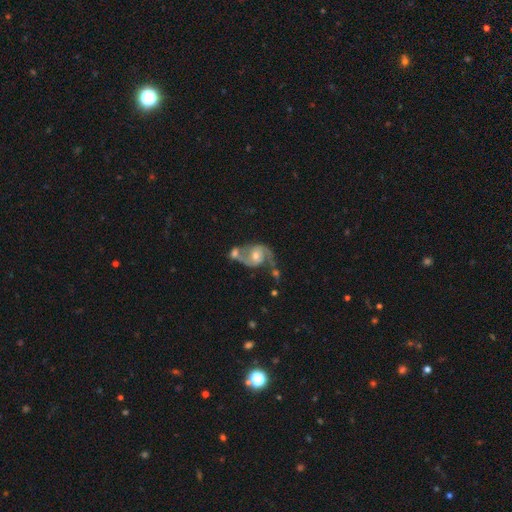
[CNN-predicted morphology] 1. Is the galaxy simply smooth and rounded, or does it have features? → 85% featured or disk, 9% smooth, 6% star or artifact.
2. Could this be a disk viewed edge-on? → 98% no, 2% yes.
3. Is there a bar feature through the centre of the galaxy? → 59% no, 33% weak, 8% strong.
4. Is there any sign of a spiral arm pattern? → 95% yes, 5% no.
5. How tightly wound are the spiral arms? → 47% medium, 41% loose, 12% tight.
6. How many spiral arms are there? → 90% 2, 4% 1, 3% can't tell, 1% 3, 1% 4, 1% more than 4.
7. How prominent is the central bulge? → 56% moderate, 37% small, 4% large, 2% none, 1% dominant.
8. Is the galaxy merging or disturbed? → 38% none, 34% merger, 16% minor disturbance, 13% major disturbance.